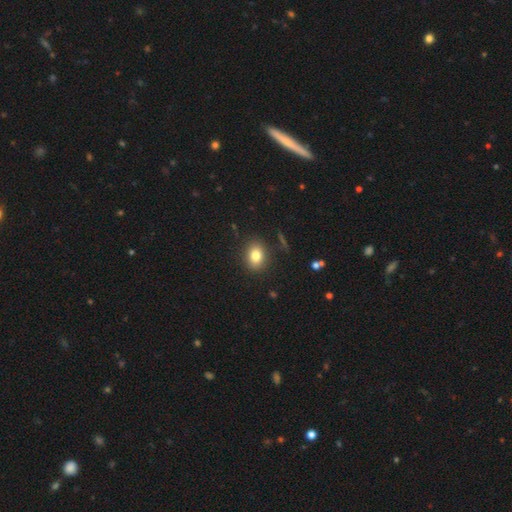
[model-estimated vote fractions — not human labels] Q: Smooth or featured?
A: smooth (80%); runner-up: star or artifact (11%)
Q: How rounded?
A: in between (62%); runner-up: round (37%)
Q: Merging?
A: none (87%); runner-up: minor disturbance (9%)